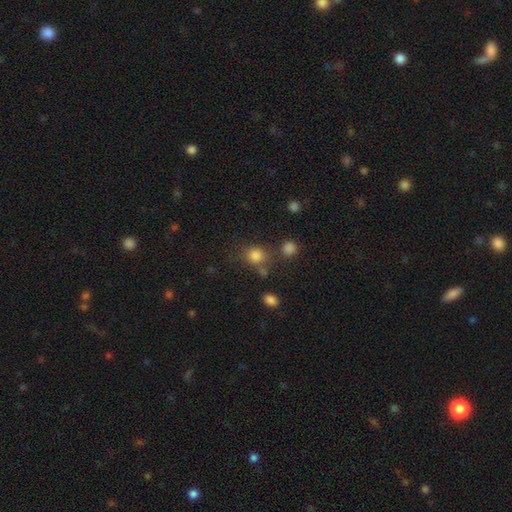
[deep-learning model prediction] Morphology: type=smooth (81%); roundness=round (77%); merging=none (64%).